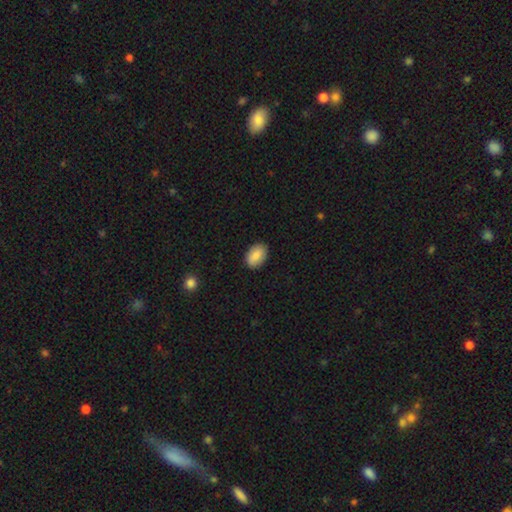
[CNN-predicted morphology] This is clearly a smooth galaxy (86%). How rounded: clearly in between (89%). Merging: clearly none (87%).